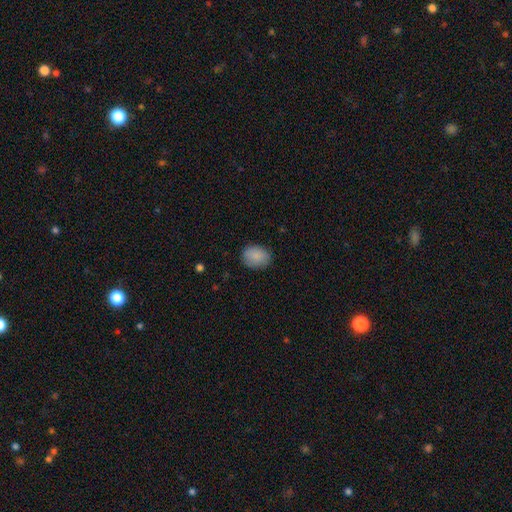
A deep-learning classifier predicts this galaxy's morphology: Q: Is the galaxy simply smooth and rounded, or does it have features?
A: smooth — 87%.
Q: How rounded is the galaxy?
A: in between — 59%.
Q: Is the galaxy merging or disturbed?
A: none — 83%.